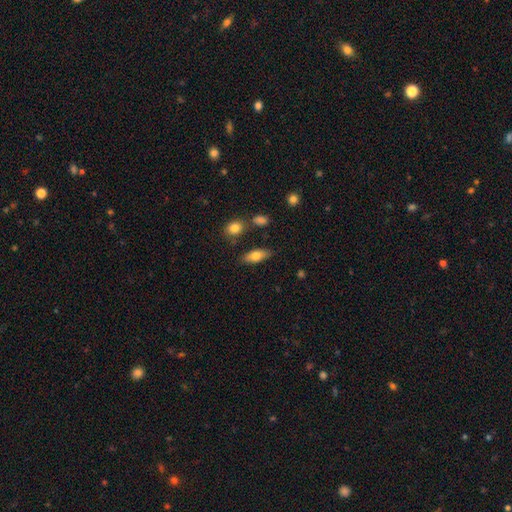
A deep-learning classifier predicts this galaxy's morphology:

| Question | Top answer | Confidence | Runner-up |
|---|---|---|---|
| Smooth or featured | smooth | 71% | featured or disk (21%) |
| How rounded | in between | 77% | cigar-shaped (19%) |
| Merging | none | 79% | minor disturbance (13%) |